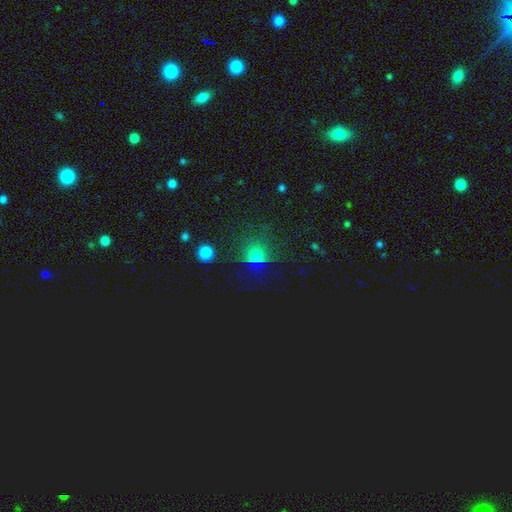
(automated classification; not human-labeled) smooth 56%, star or artifact 36%, featured or disk 9%. Down the decision tree: how rounded — round (83%); merging — none (70%).